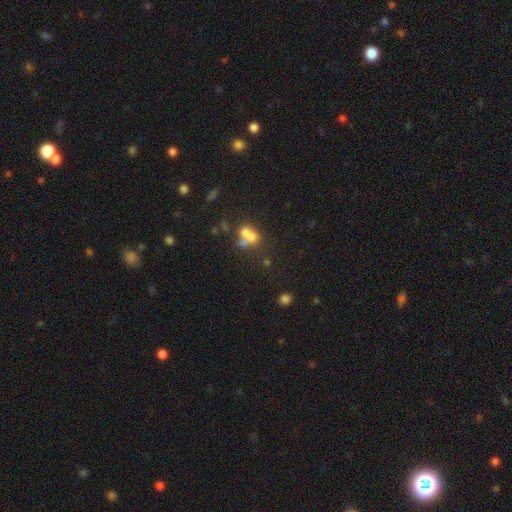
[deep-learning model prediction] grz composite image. It shows a star or artifact, not a galaxy (47%).